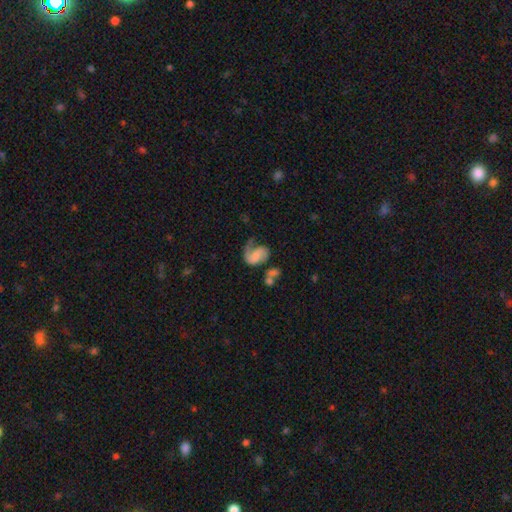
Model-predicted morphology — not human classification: smooth_or_featured: featured or disk (p=0.68) [alt: smooth p=0.24]
disk_edge_on: no (p=0.98) [alt: yes p=0.02]
bar: no (p=0.53) [alt: weak p=0.35]
has_spiral_arms: yes (p=0.91) [alt: no p=0.09]
spiral_winding: loose (p=0.40) [tied with: medium p=0.40]
spiral_arm_count: 1 (p=0.52) [alt: 2 p=0.41]
bulge_size: none (p=0.42) [alt: small p=0.28]
merging: major disturbance (p=0.34) [tied with: none p=0.34]